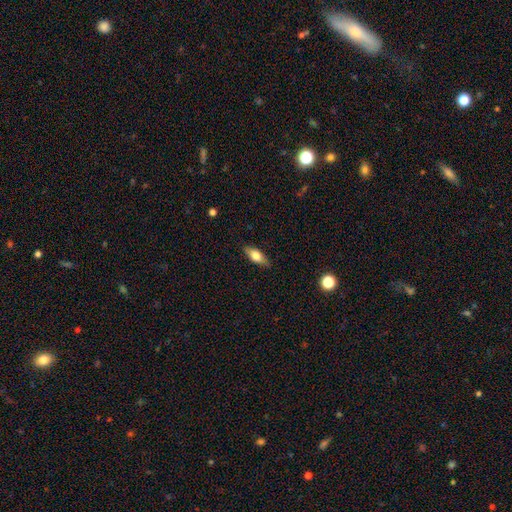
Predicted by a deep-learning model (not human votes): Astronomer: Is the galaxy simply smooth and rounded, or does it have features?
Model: smooth — 70%.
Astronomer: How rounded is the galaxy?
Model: in between — 76%.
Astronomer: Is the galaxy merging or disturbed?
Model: none — 84%.